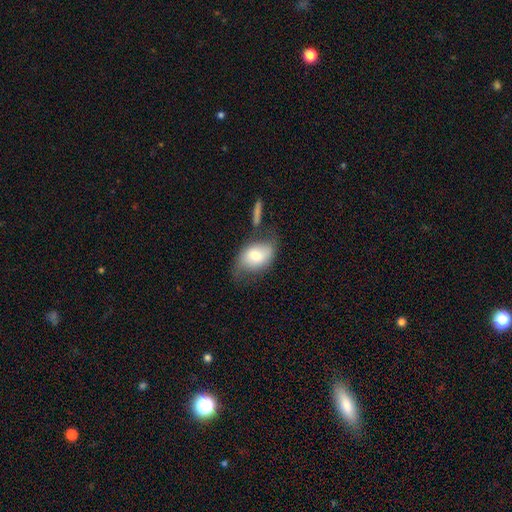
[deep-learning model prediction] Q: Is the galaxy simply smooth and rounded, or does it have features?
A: smooth — 67%.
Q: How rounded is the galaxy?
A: in between — 84%.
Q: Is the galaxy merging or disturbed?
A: none — 45%.